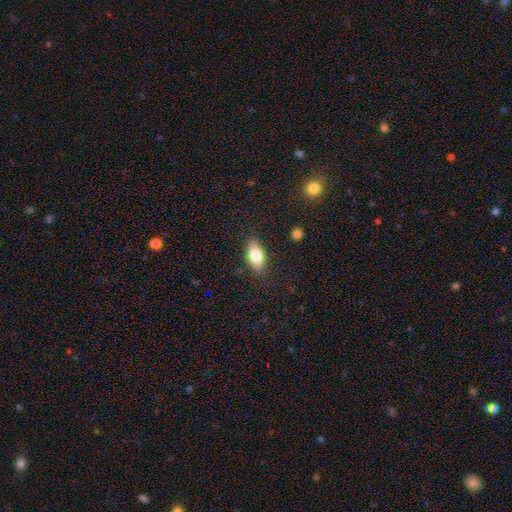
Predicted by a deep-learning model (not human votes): A smooth galaxy with no disk features (77%) that is in between round and cigar-shaped (86%).

Vote fractions:
- Smooth or featured? smooth: 77% / featured or disk: 15% / star or artifact: 7%
- How rounded? in between: 86% / cigar-shaped: 10% / round: 4%
- Merging? none: 83% / minor disturbance: 12% / major disturbance: 3% / merger: 1%